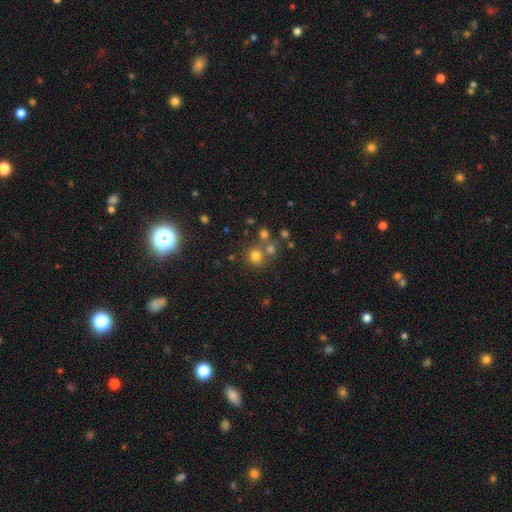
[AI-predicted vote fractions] Q: Smooth or featured?
A: smooth (72%); runner-up: star or artifact (18%)
Q: How rounded?
A: round (88%); runner-up: in between (11%)
Q: Merging?
A: none (63%); runner-up: merger (24%)